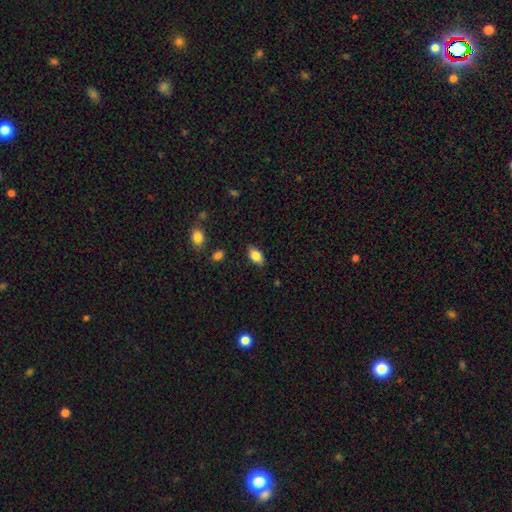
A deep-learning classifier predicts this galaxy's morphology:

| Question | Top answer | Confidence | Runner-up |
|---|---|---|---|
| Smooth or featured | smooth | 82% | featured or disk (10%) |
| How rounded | in between | 90% | cigar-shaped (5%) |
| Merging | none | 84% | minor disturbance (11%) |